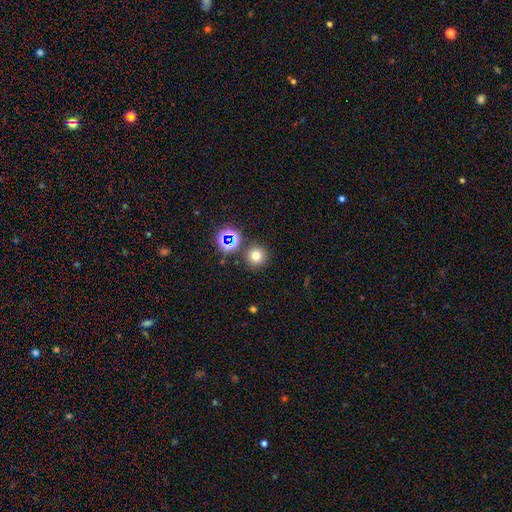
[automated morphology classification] This is likely a smooth galaxy (71%). How rounded: clearly round (94%). Merging: clearly none (84%).